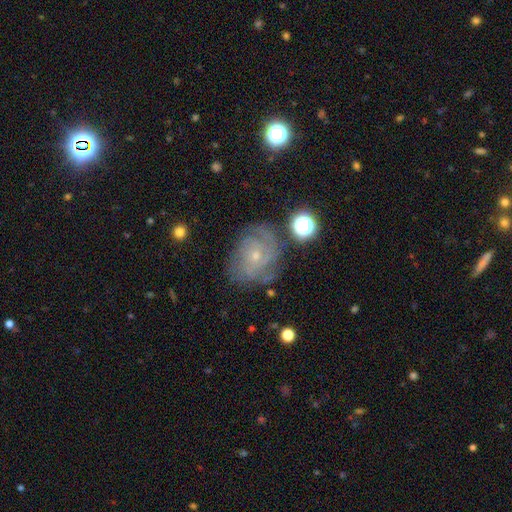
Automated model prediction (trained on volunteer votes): Overall: featured or disk (76%). Edge-on disk: no (97%). Bar: no (76%). Spiral arms: yes (93%). Spiral arm count: can't tell (36%; 3 22%). Spiral winding: tight (62%; medium 30%). Bulge size: small (75%). Merging: none (70%).